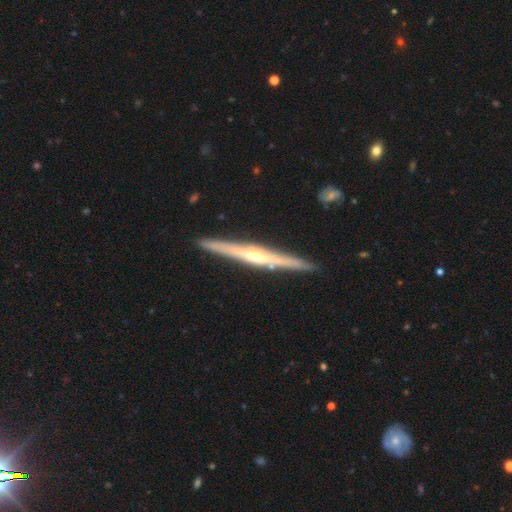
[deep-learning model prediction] This appears to be a featured or disk galaxy (80%) viewed edge-on (98%) with a rounded central bulge (77%). Merging: none (91%).